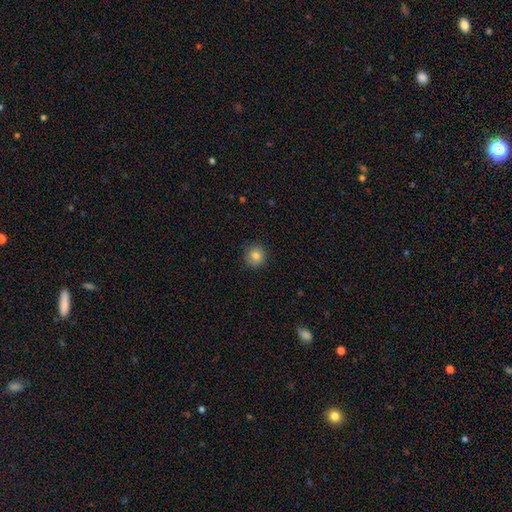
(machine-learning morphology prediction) Q: Smooth or featured?
A: smooth (82%); runner-up: star or artifact (10%)
Q: How rounded?
A: round (92%); runner-up: in between (7%)
Q: Merging?
A: none (90%); runner-up: minor disturbance (7%)